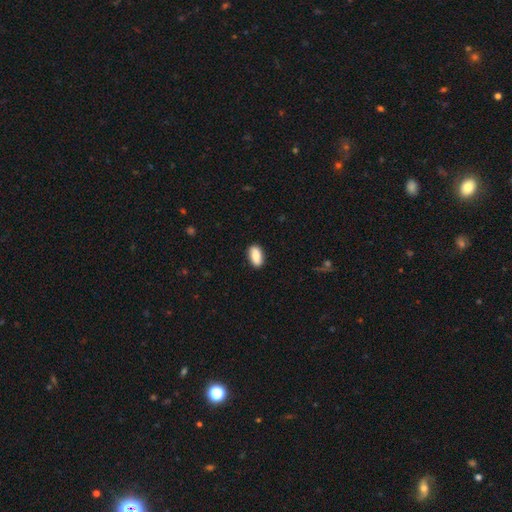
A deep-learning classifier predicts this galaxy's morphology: Overall: smooth (83%). How rounded: in between (91%). Merging: none (88%).